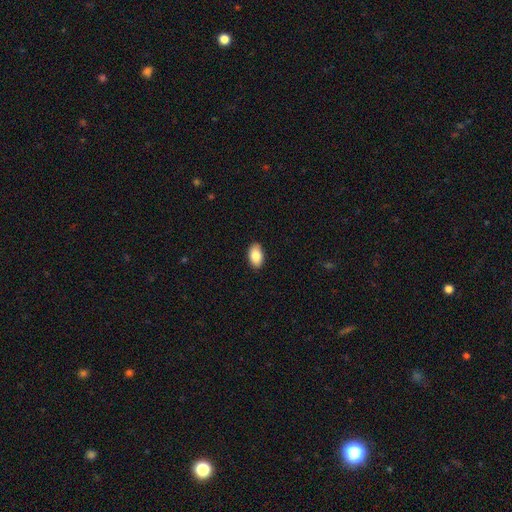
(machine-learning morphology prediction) type=smooth (86%); roundness=in between (93%); merging=none (88%).